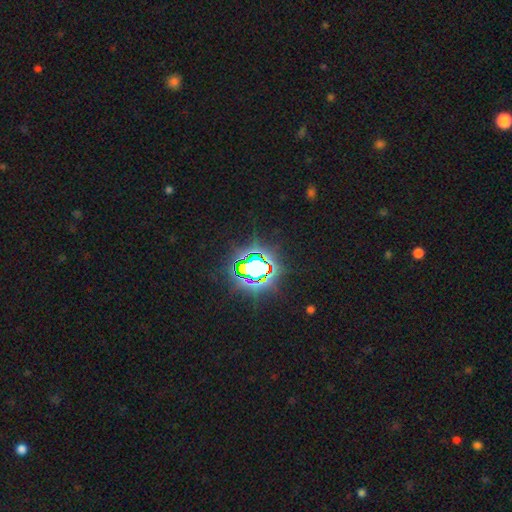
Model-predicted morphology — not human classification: star or artifact 82%, smooth 12%, featured or disk 7%.